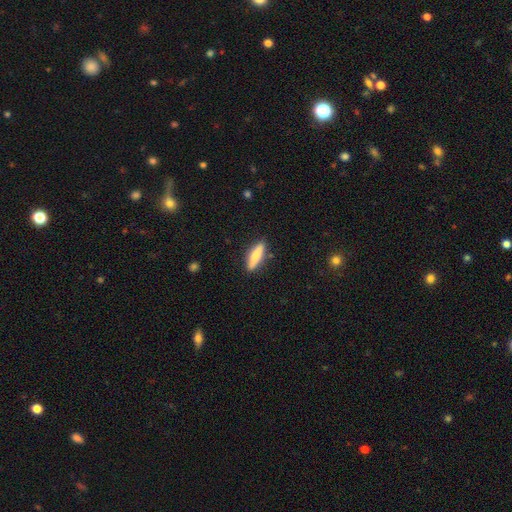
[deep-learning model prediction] A smooth galaxy with no disk features (71%) that is cigar-shaped (73%). Merging: none (88%).